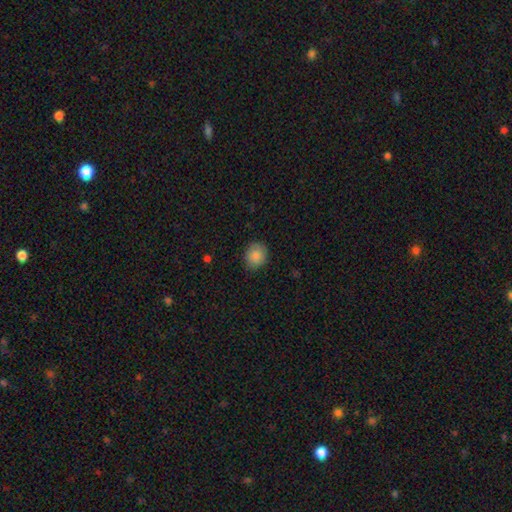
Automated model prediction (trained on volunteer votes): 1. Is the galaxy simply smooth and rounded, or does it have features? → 85% smooth, 9% star or artifact, 6% featured or disk.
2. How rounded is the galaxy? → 68% round, 31% in between, 1% cigar-shaped.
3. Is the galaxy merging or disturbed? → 86% none, 11% minor disturbance, 2% major disturbance, 1% merger.